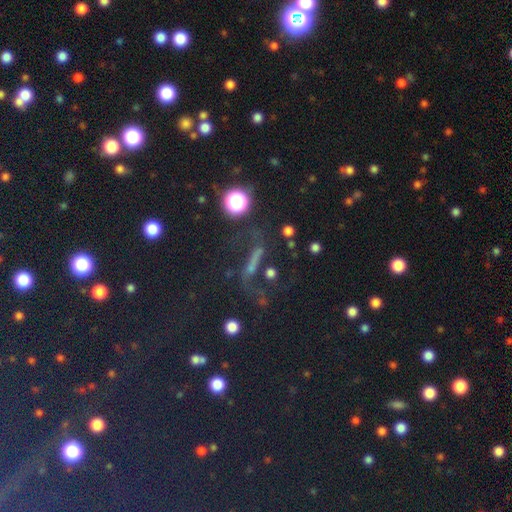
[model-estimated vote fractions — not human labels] Smooth or featured?
  - star or artifact: 41% *
  - smooth: 30%
  - featured or disk: 28%